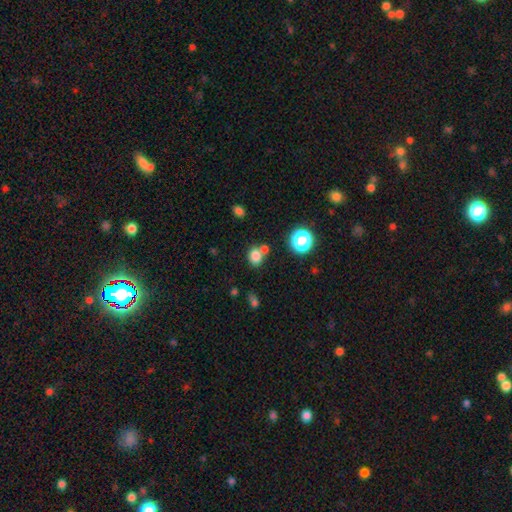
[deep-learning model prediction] Smooth or featured: smooth — 79% (star or artifact — 15%)
How rounded: round — 61% (in between — 38%)
Merging: none — 58% (merger — 27%)